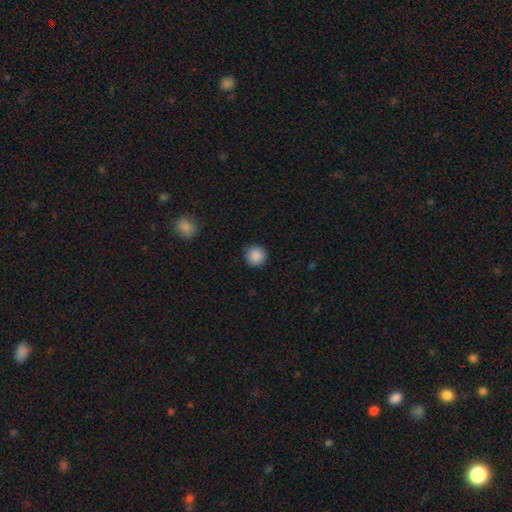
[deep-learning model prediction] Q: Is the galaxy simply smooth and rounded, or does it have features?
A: smooth — 88%.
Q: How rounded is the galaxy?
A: round — 95%.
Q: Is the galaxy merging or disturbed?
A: none — 92%.